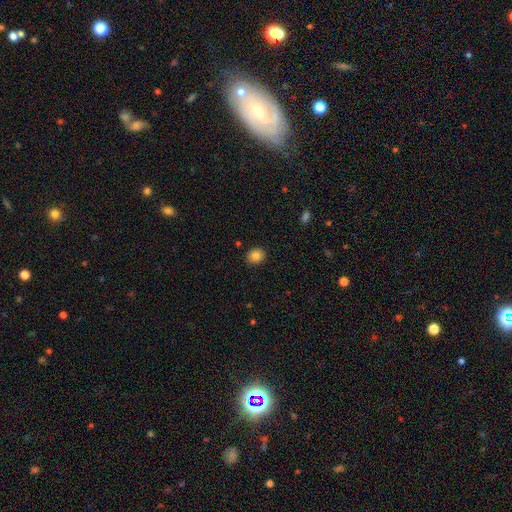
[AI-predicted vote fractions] Morphology: type=smooth (84%); roundness=round (73%); merging=none (90%).